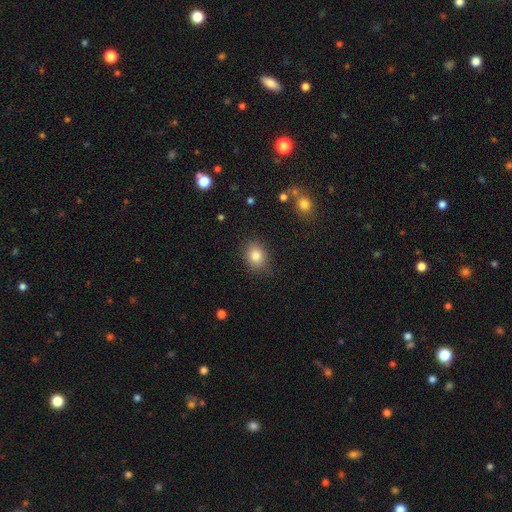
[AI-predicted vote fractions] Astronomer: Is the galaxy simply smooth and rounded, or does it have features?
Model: smooth — 84%.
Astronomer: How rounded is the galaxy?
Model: in between — 50% (runner-up: round, 49%).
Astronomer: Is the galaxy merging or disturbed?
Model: none — 83%.